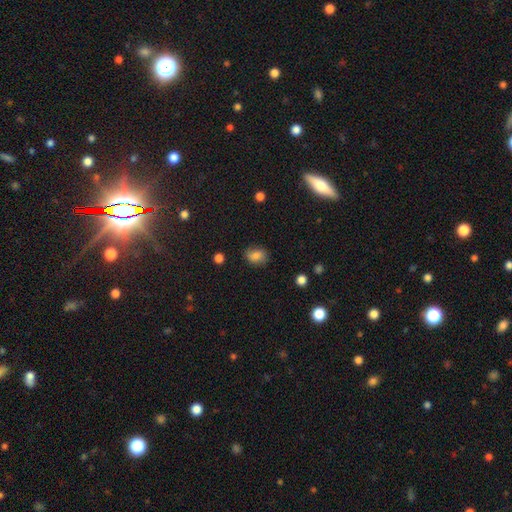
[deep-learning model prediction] Smooth or featured?
  - smooth: 82% *
  - star or artifact: 10%
  - featured or disk: 8%
How rounded?
  - in between: 61% *
  - round: 38%
  - cigar-shaped: 1%
Merging?
  - none: 81% *
  - minor disturbance: 14%
  - major disturbance: 4%
  - merger: 1%